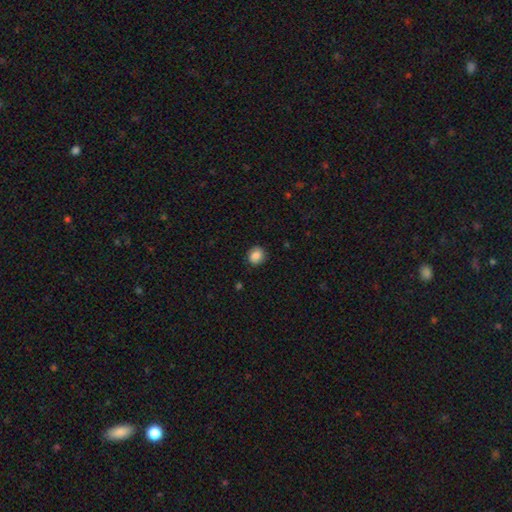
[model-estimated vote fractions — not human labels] Morphology: type=smooth (84%); roundness=round (80%); merging=none (85%).